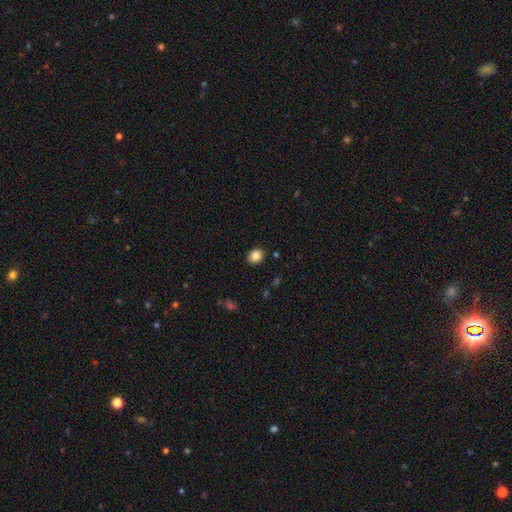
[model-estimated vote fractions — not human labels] smooth_or_featured: smooth (p=0.85) [alt: star or artifact p=0.10]
how_rounded: round (p=0.60) [alt: in between p=0.40]
merging: none (p=0.90) [alt: minor disturbance p=0.07]